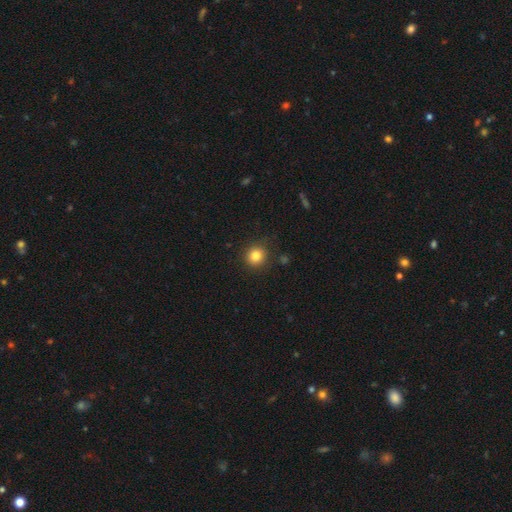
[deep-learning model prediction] smooth-or-featured: smooth: 83% | star or artifact: 12% | featured or disk: 5%
  how-rounded: round: 91% | in between: 8% | cigar-shaped: 1%
  merging: none: 88% | minor disturbance: 8% | major disturbance: 3% | merger: 2%